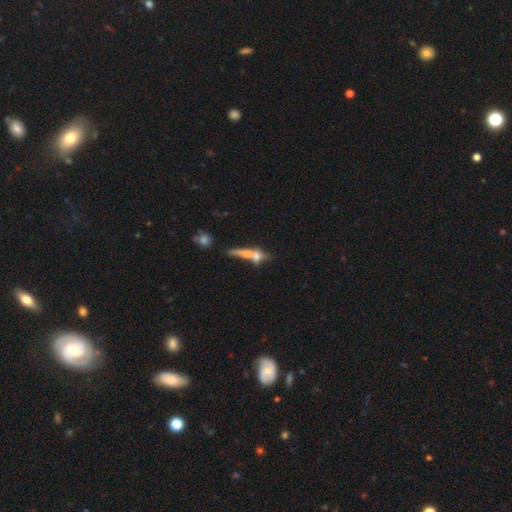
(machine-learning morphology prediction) smooth-or-featured: smooth: 54% | featured or disk: 34% | star or artifact: 12%
  how-rounded: cigar-shaped: 60% | in between: 26% | round: 13%
  merging: none: 35% | merger: 34% | major disturbance: 16% | minor disturbance: 15%